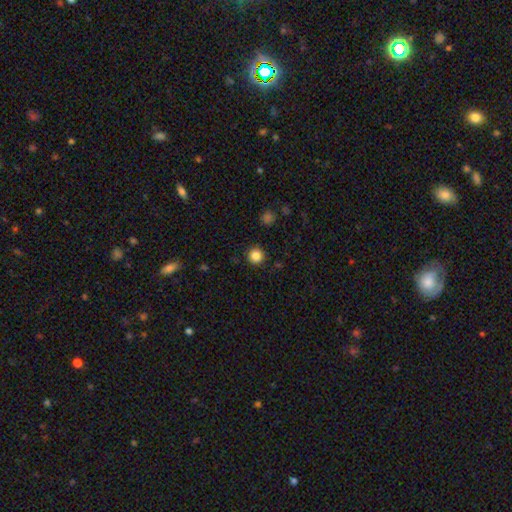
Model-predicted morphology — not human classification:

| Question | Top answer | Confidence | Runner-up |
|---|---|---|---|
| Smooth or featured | smooth | 85% | star or artifact (11%) |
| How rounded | round | 95% | in between (4%) |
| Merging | none | 92% | minor disturbance (5%) |